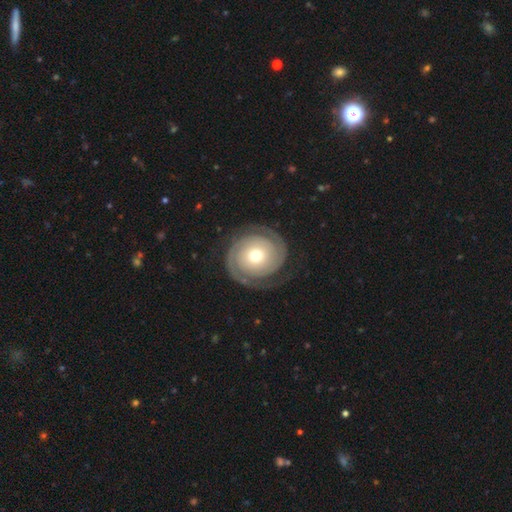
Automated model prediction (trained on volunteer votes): featured or disk 87%, smooth 9%, star or artifact 5%. Down the decision tree: edge-on disk — no (98%); bar — no (77%); spiral arms — yes (97%); spiral arm count — 2 (89%); spiral winding — tight (74%); bulge size — moderate (63%); merging — none (82%).